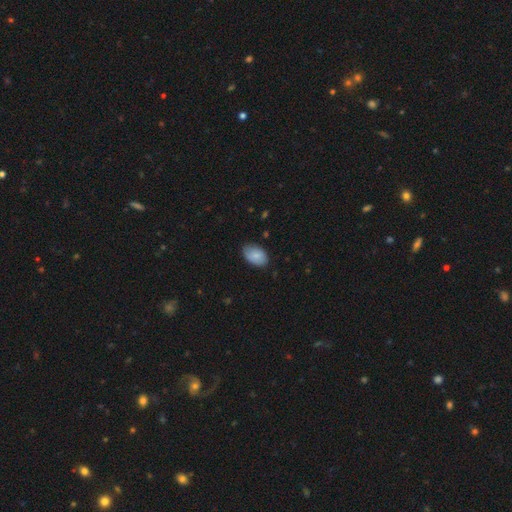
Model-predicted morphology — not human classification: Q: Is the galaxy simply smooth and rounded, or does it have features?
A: smooth — 85%.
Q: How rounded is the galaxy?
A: in between — 91%.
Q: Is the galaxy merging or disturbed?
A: none — 80%.